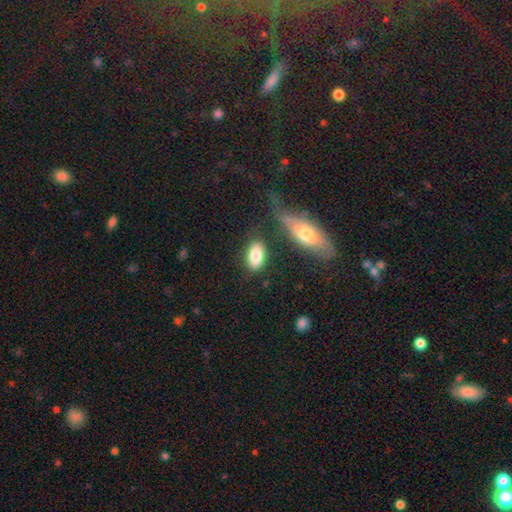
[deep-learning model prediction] This is clearly a smooth galaxy (83%). How rounded: clearly in between (90%). Merging: likely none (73%).